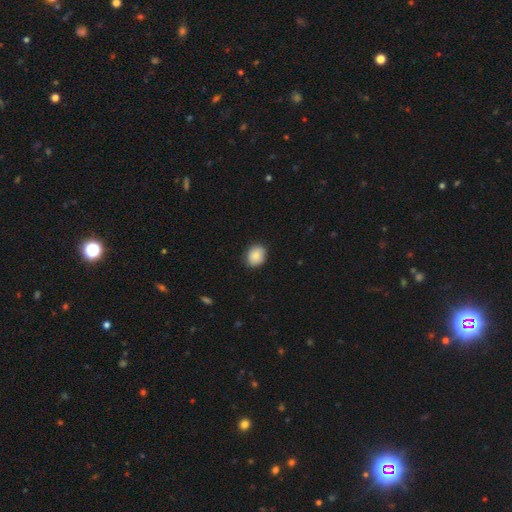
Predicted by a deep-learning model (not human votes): Smooth or featured: smooth — 88% (star or artifact — 7%)
How rounded: round — 56% (in between — 43%)
Merging: none — 86% (minor disturbance — 10%)